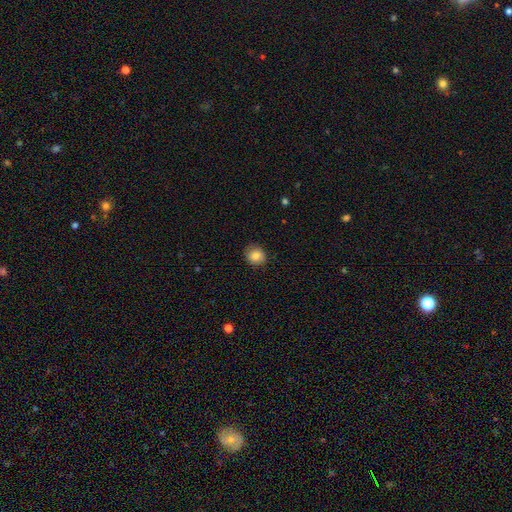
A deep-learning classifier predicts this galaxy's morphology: This appears to be a smooth galaxy with no disk features (82%) that is round (80%). Merging: none (84%).